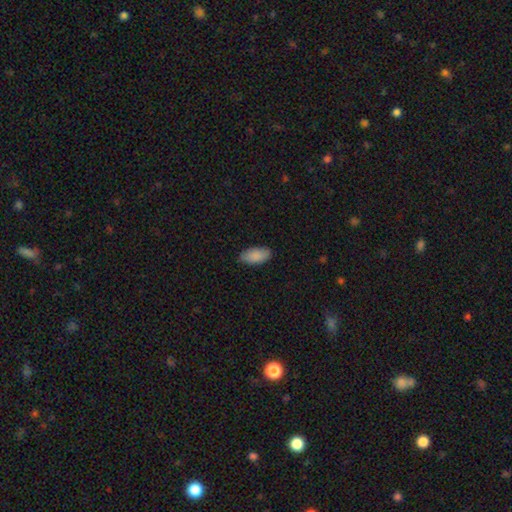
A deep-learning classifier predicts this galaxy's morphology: type=smooth (88%); roundness=in between (94%); merging=none (79%).